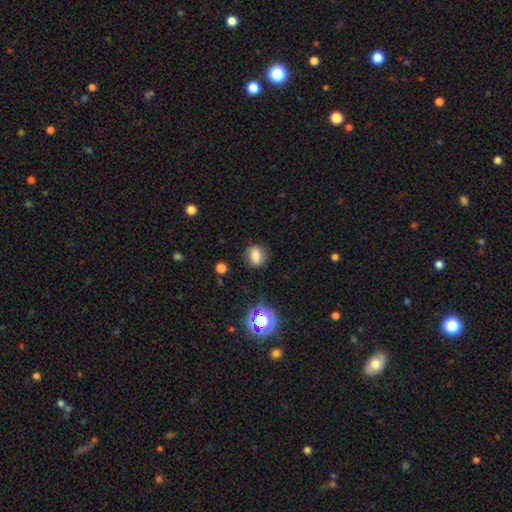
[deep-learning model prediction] Smooth or featured? smooth (74%)
How rounded? round (70%)
Merging? none (85%)